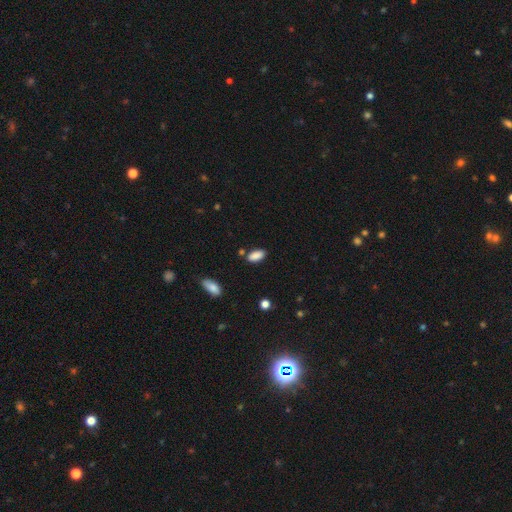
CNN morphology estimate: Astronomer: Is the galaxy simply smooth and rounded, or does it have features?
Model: smooth — 88%.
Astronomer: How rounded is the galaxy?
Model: in between — 89%.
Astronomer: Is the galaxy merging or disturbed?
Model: none — 79%.